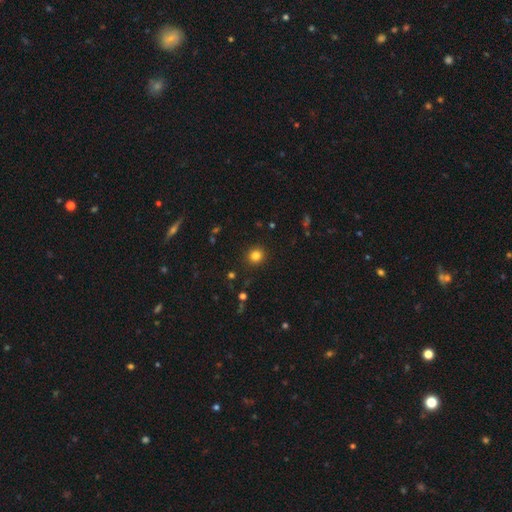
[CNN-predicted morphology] smooth_or_featured: smooth (p=0.82) [alt: star or artifact p=0.13]
how_rounded: round (p=0.88) [alt: in between p=0.11]
merging: none (p=0.91) [alt: minor disturbance p=0.06]